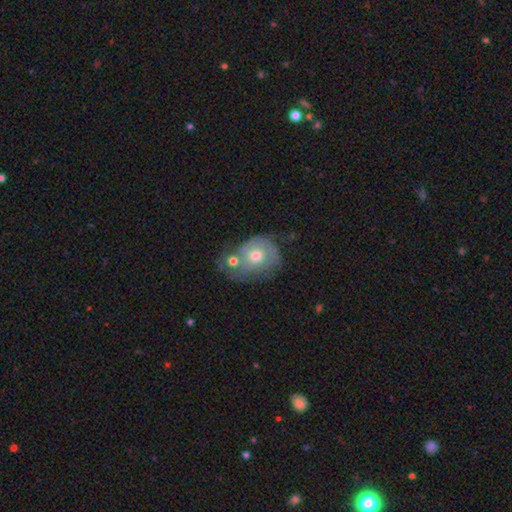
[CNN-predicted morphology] A featured or disk galaxy (56%) with no bar (83%), spiral arms (63%) and a moderate central bulge (77%). Merging: none (33%, tied with merger).